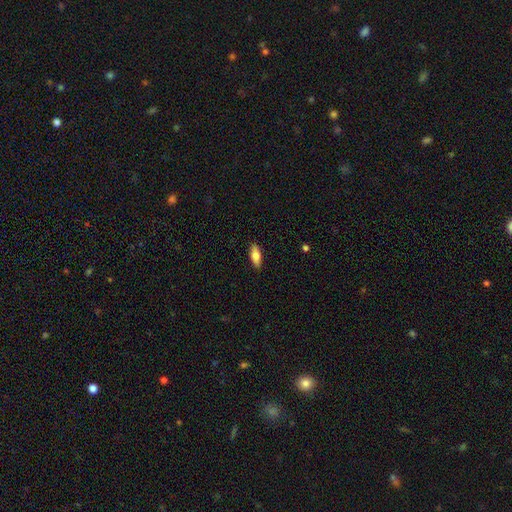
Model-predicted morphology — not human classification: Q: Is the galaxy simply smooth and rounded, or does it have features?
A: smooth — 72%.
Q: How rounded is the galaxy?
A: in between — 73%.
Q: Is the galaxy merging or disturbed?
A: none — 89%.